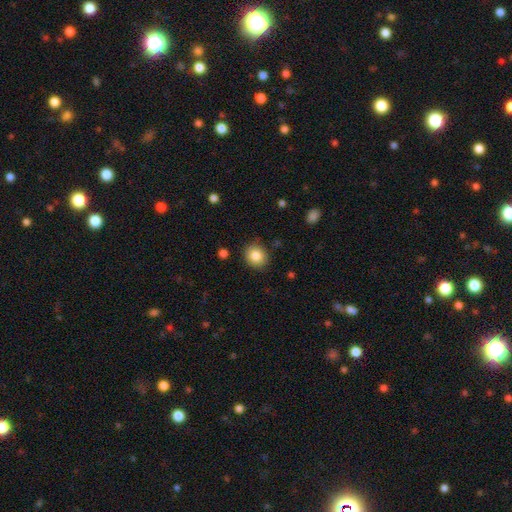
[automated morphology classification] A smooth galaxy with no disk features (84%) that is round (74%). Merging: none (87%).